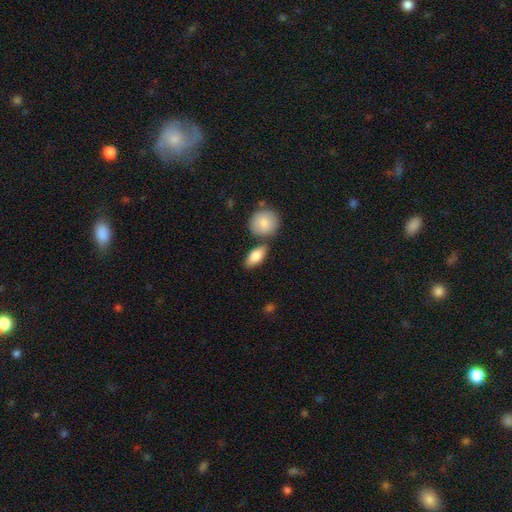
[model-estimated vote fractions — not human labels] Smooth or featured? smooth (83%)
How rounded? in between (86%)
Merging? none (69%)